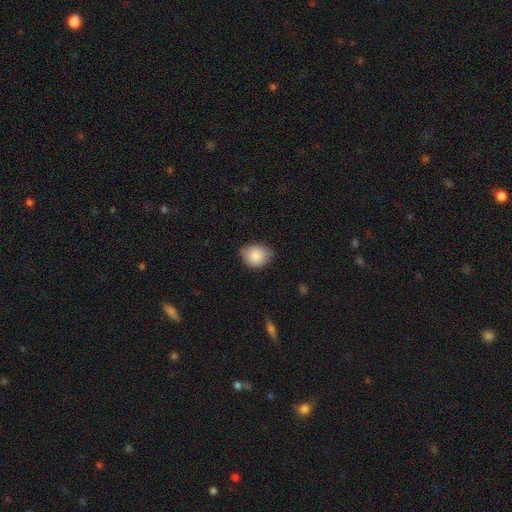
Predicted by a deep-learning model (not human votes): This is clearly a smooth galaxy (83%). How rounded: likely round (62%). Merging: likely none (68%).